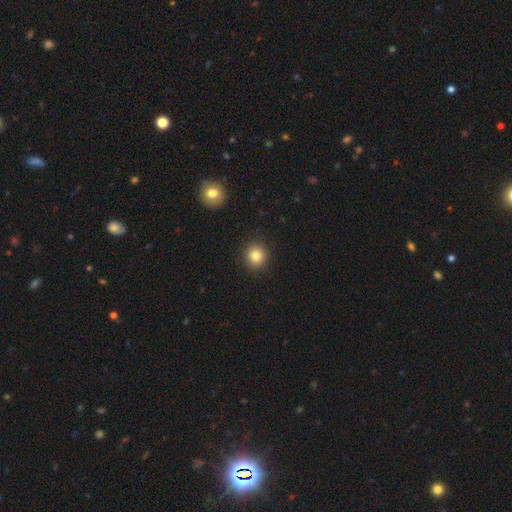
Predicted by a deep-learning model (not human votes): Smooth or featured?
  - smooth: 83% *
  - star or artifact: 11%
  - featured or disk: 7%
How rounded?
  - round: 90% *
  - in between: 9%
  - cigar-shaped: 1%
Merging?
  - none: 91% *
  - minor disturbance: 6%
  - major disturbance: 2%
  - merger: 1%